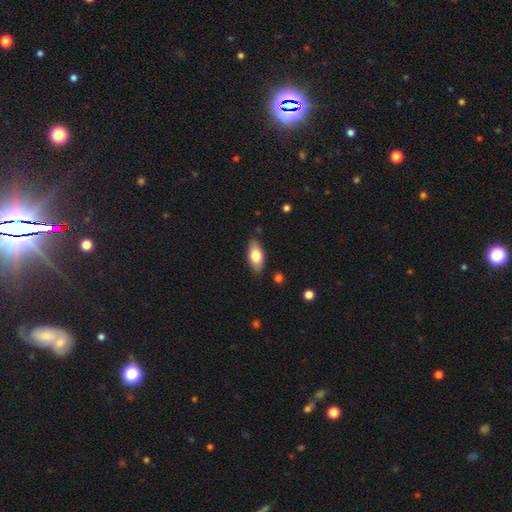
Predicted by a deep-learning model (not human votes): A smooth galaxy with no disk features (75%) that is in between round and cigar-shaped (87%).

Vote fractions:
- Smooth or featured? smooth: 75% / featured or disk: 19% / star or artifact: 6%
- How rounded? in between: 87% / cigar-shaped: 10% / round: 3%
- Merging? none: 83% / minor disturbance: 13% / major disturbance: 2% / merger: 2%